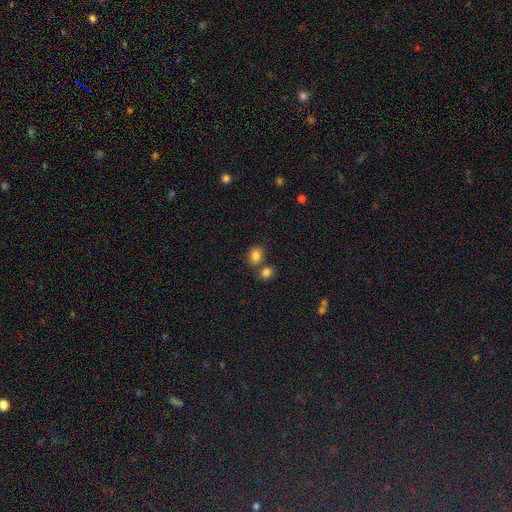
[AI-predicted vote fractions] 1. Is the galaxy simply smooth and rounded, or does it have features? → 83% smooth, 11% star or artifact, 6% featured or disk.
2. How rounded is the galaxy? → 64% in between, 35% round, 1% cigar-shaped.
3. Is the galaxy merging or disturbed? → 57% none, 28% merger, 11% minor disturbance, 4% major disturbance.